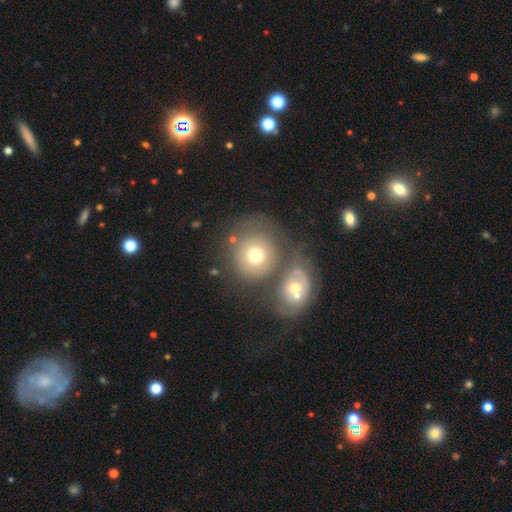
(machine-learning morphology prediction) This is likely a smooth galaxy (67%). How rounded: clearly round (87%). Merging: marginally none (43%).